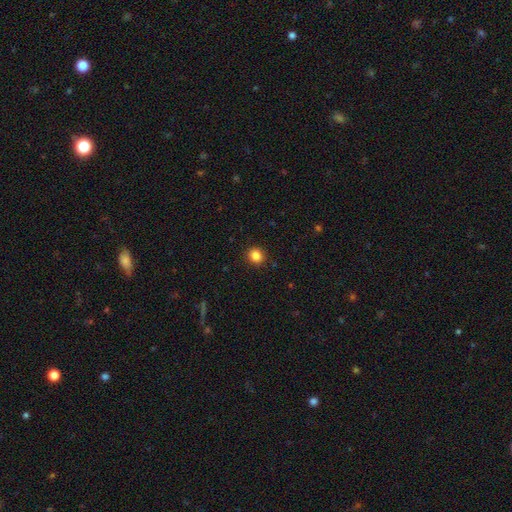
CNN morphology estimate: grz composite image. It shows a smooth galaxy with no disk features (84%) that is round (82%). Merging: none (92%).